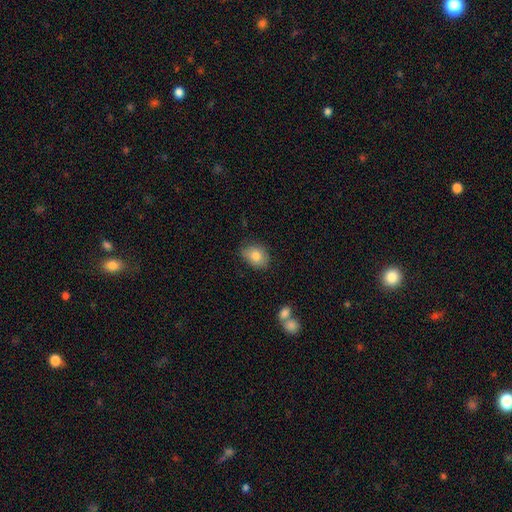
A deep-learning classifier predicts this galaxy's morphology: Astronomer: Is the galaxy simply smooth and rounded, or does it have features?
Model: smooth — 82%.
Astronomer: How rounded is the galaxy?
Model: in between — 64%.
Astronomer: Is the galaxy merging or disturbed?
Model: none — 76%.